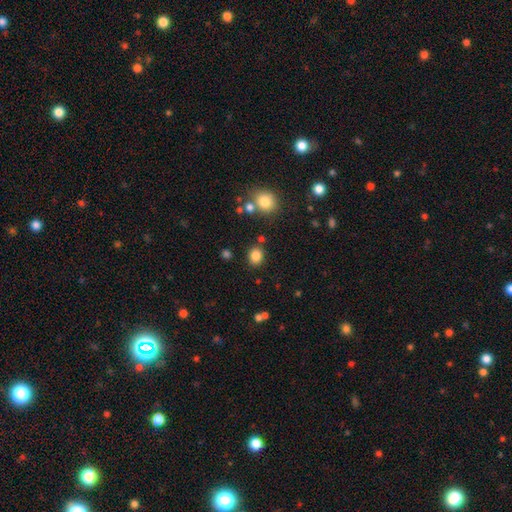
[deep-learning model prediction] A smooth galaxy with no disk features (83%) that is round (68%).

Vote fractions:
- Smooth or featured? smooth: 83% / star or artifact: 12% / featured or disk: 5%
- How rounded? round: 68% / in between: 31% / cigar-shaped: 1%
- Merging? none: 84% / minor disturbance: 9% / merger: 4% / major disturbance: 3%